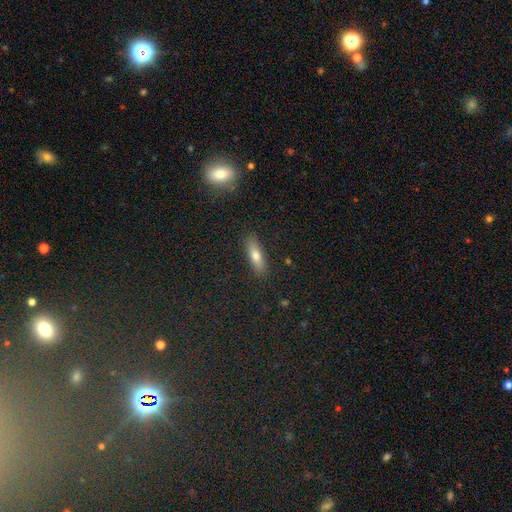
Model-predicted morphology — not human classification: Q: Smooth or featured?
A: smooth (71%); runner-up: featured or disk (20%)
Q: How rounded?
A: cigar-shaped (50%); runner-up: in between (47%)
Q: Merging?
A: none (87%); runner-up: minor disturbance (9%)